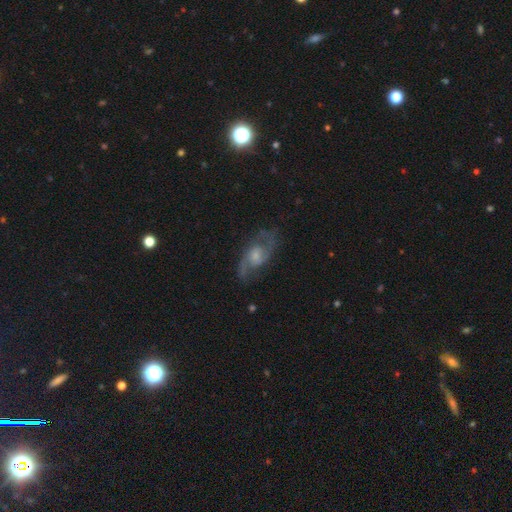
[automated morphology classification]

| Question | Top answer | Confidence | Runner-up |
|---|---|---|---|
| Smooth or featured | featured or disk | 83% | smooth (9%) |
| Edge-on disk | no | 95% | yes (5%) |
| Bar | no | 51% | weak (42%) |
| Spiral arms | yes | 95% | no (5%) |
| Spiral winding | medium | 52% | loose (33%) |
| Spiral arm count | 2 | 89% | can't tell (5%) |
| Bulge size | small | 40% | moderate (39%) |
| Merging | none | 75% | minor disturbance (16%) |